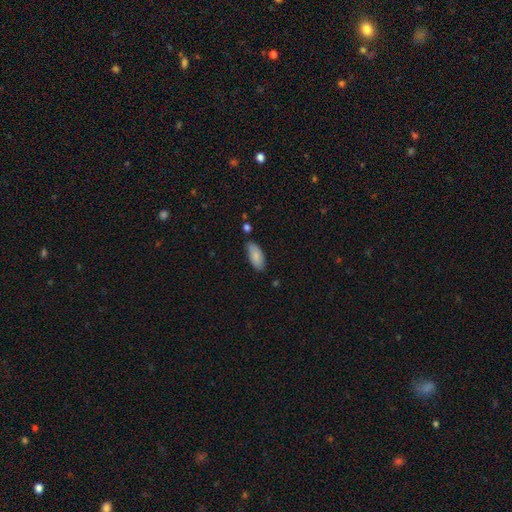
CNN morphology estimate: A smooth galaxy with no disk features (84%) that is in between round and cigar-shaped (89%).

Vote fractions:
- Smooth or featured? smooth: 84% / featured or disk: 10% / star or artifact: 6%
- How rounded? in between: 89% / cigar-shaped: 9% / round: 2%
- Merging? none: 72% / minor disturbance: 21% / major disturbance: 3% / merger: 3%